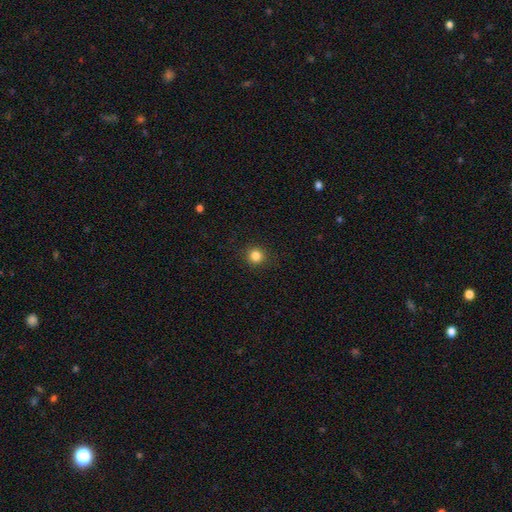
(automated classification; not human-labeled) A smooth galaxy with no disk features (83%) that is round (93%).

Vote fractions:
- Smooth or featured? smooth: 83% / star or artifact: 12% / featured or disk: 5%
- How rounded? round: 93% / in between: 6% / cigar-shaped: 1%
- Merging? none: 91% / minor disturbance: 6% / major disturbance: 2% / merger: 1%